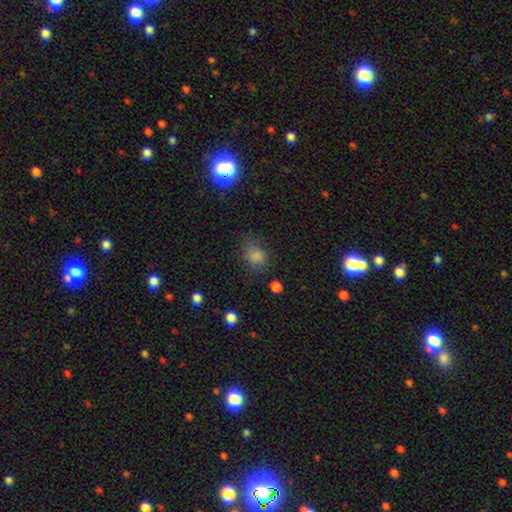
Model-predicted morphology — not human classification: This appears to be a smooth galaxy with no disk features (76%) that is round (58%). Merging: none (66%).